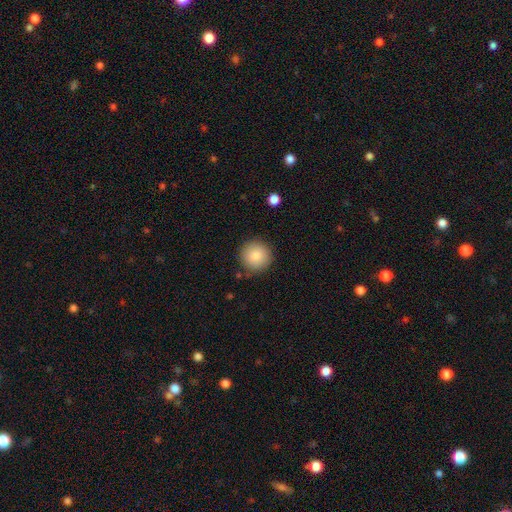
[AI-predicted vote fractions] Smooth or featured?
  - smooth: 85% *
  - star or artifact: 8%
  - featured or disk: 7%
How rounded?
  - round: 95% *
  - in between: 4%
  - cigar-shaped: 1%
Merging?
  - none: 87% *
  - minor disturbance: 9%
  - major disturbance: 2%
  - merger: 2%